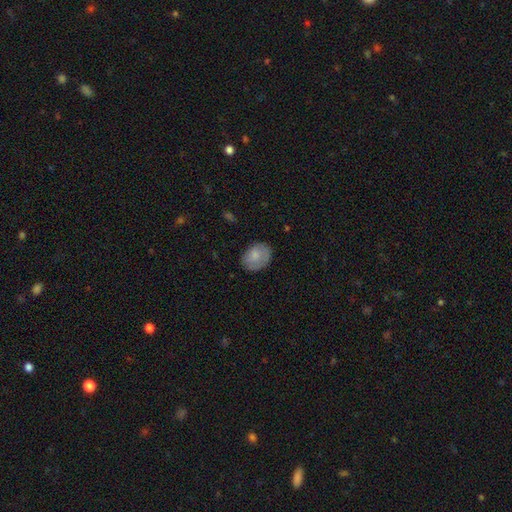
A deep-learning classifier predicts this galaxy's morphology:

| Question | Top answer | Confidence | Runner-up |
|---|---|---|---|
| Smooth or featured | smooth | 78% | featured or disk (15%) |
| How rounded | in between | 62% | round (37%) |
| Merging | none | 75% | minor disturbance (19%) |